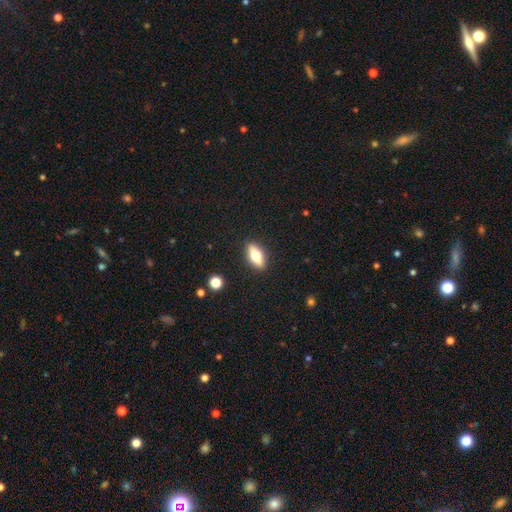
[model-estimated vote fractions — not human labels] Overall: smooth (59%; featured or disk 33%). How rounded: in between (69%). Merging: none (88%).